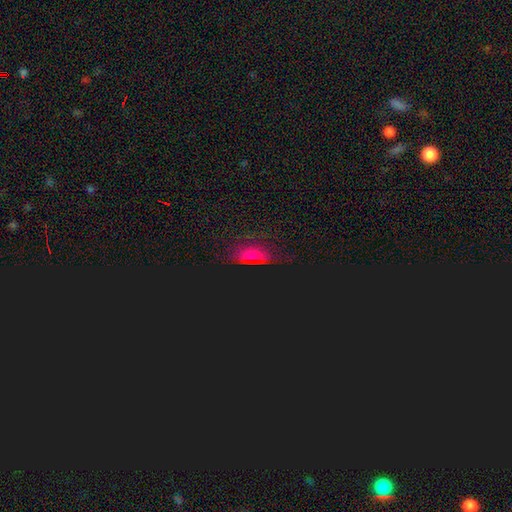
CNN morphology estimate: Smooth or featured? star or artifact (48%)